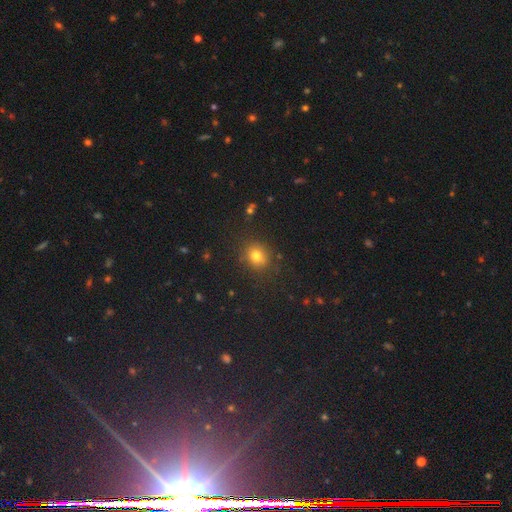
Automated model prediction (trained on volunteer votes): The model was most divided on "how rounded": round: 73%, in between: 26%, cigar-shaped: 1%. More confident: merging — none (84%); smooth or featured — smooth (76%).